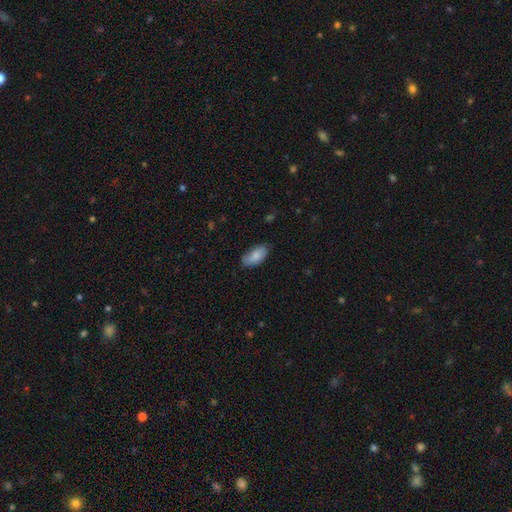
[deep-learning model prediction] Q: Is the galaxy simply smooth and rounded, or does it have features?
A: smooth — 79%.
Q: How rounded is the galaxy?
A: in between — 92%.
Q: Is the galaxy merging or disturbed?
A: none — 70%.